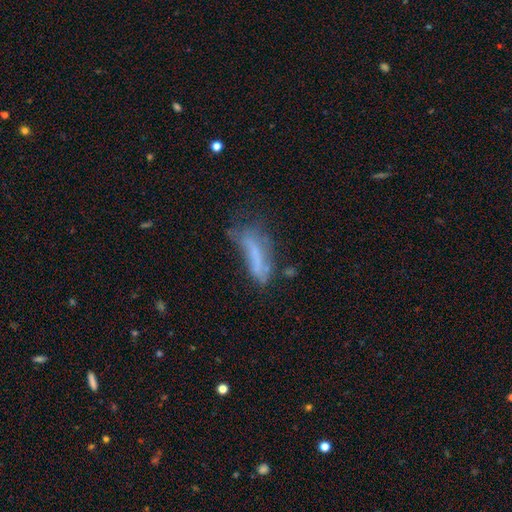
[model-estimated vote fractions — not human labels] Q: Smooth or featured?
A: smooth (51%); runner-up: featured or disk (36%)
Q: How rounded?
A: cigar-shaped (56%); runner-up: in between (41%)
Q: Merging?
A: none (34%); runner-up: major disturbance (30%)